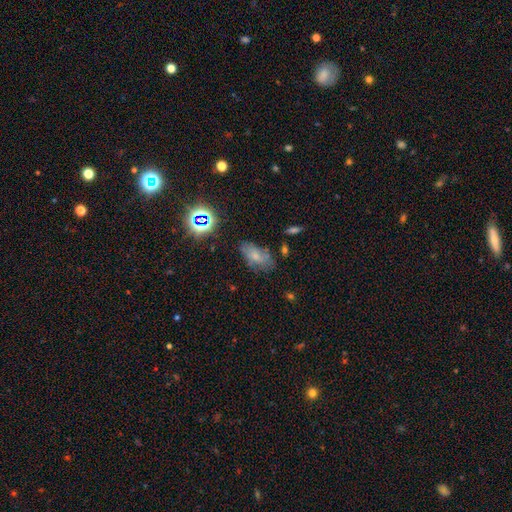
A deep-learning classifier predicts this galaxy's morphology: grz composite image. It shows a smooth galaxy with no disk features (56%) that is in between round and cigar-shaped (89%). Merging: none (58%).